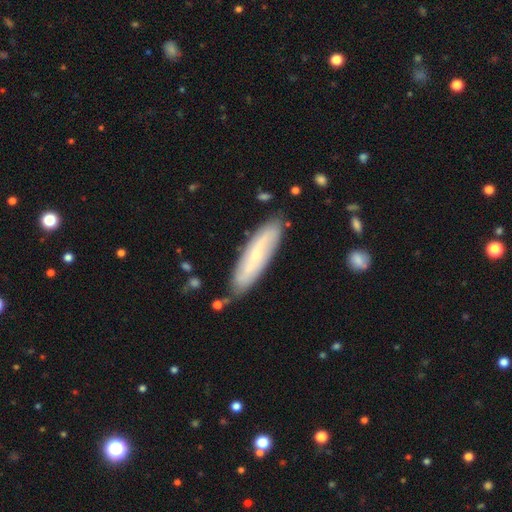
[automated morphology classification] The model was most divided on "smooth or featured": featured or disk: 55%, smooth: 39%, star or artifact: 6%. More confident: merging — none (80%); edge-on disk — no (65%).